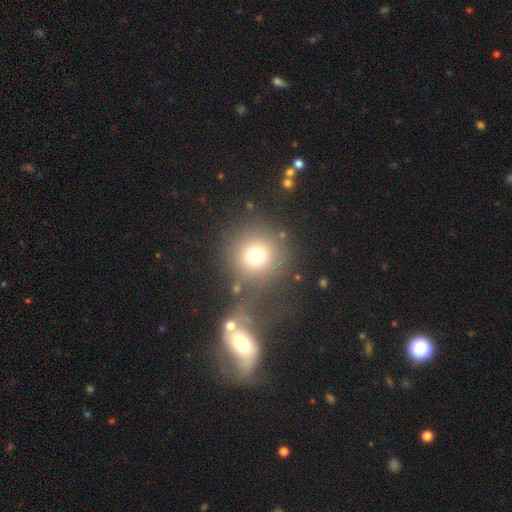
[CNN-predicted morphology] This is likely a smooth galaxy (72%). How rounded: clearly round (93%). Merging: likely none (70%).